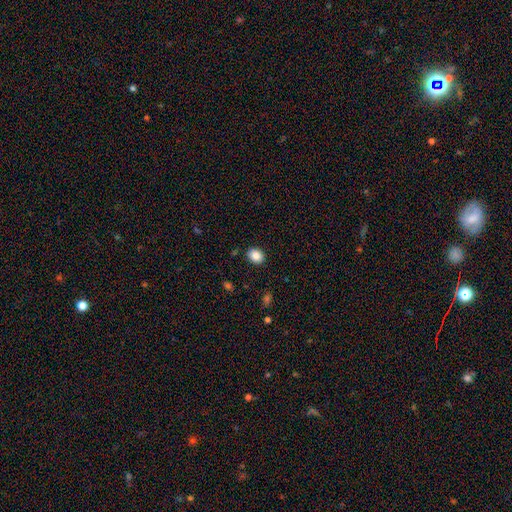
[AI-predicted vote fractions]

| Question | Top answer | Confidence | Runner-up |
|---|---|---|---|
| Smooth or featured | smooth | 86% | star or artifact (9%) |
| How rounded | in between | 54% | round (45%) |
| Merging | none | 88% | minor disturbance (8%) |